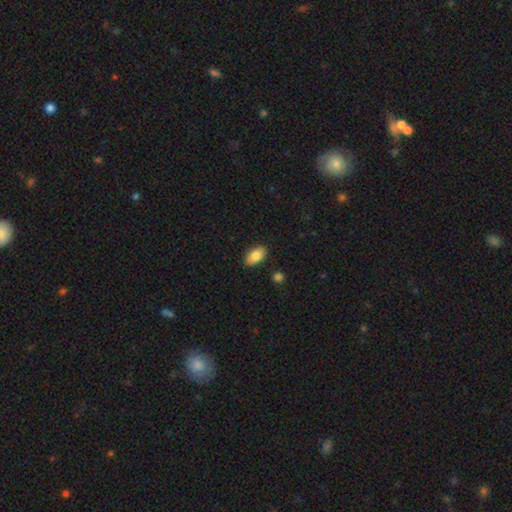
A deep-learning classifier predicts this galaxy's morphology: Q: Smooth or featured?
A: smooth (84%); runner-up: featured or disk (9%)
Q: How rounded?
A: in between (92%); runner-up: round (5%)
Q: Merging?
A: none (84%); runner-up: minor disturbance (12%)